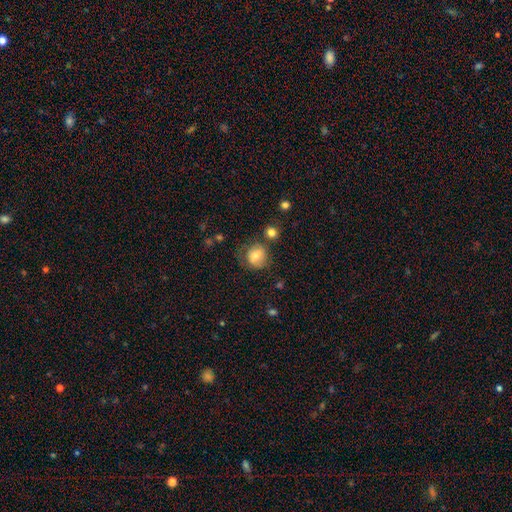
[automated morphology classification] Smooth or featured? smooth (73%)
How rounded? round (79%)
Merging? none (64%)